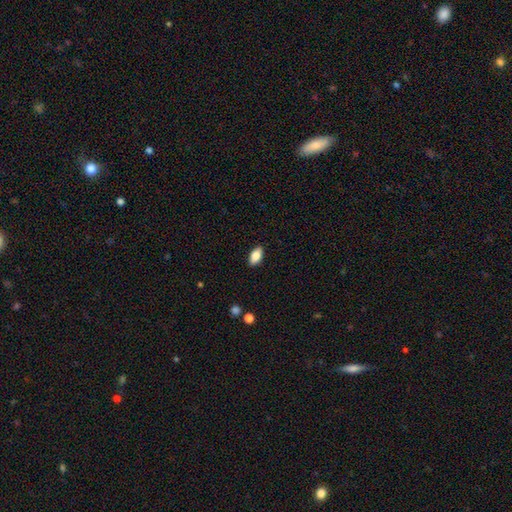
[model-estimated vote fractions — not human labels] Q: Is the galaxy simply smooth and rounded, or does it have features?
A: smooth — 82%.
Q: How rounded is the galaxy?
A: in between — 90%.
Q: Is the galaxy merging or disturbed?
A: none — 88%.